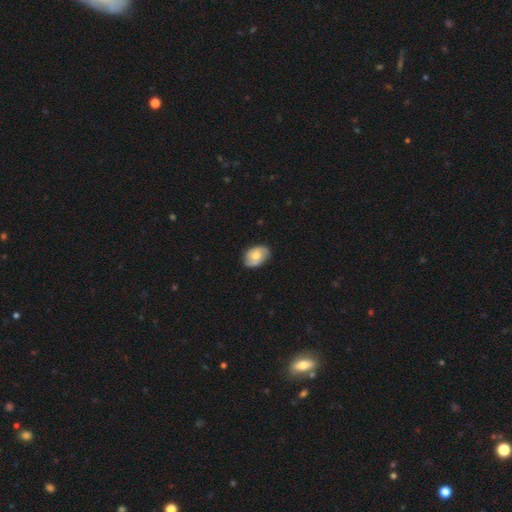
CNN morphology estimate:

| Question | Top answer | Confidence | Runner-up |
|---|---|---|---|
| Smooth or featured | featured or disk | 48% | smooth (46%) |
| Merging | none | 75% | minor disturbance (20%) |